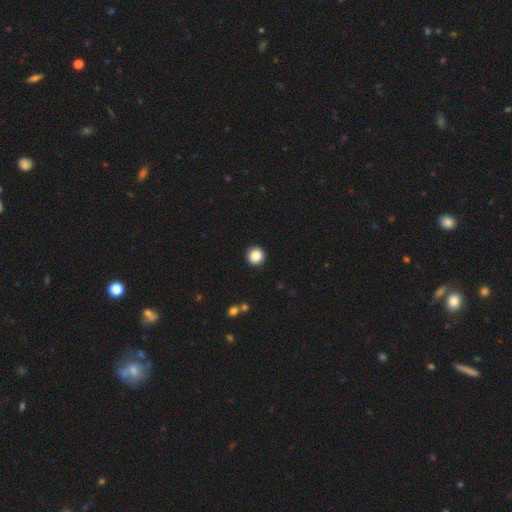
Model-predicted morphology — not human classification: Smooth or featured? smooth (86%)
How rounded? round (96%)
Merging? none (94%)